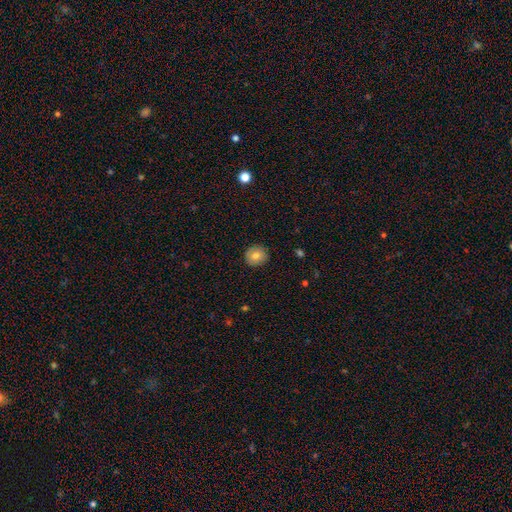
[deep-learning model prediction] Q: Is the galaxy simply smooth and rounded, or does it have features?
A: smooth — 78%.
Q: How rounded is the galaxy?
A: round — 87%.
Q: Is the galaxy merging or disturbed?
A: none — 90%.